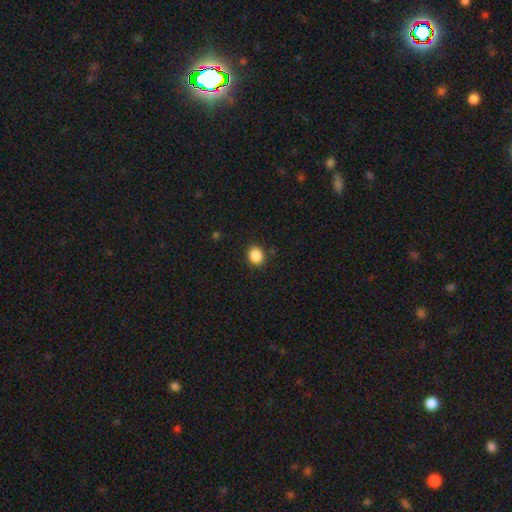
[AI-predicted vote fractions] The model was most divided on "how rounded": round: 63%, in between: 36%, cigar-shaped: 1%. More confident: merging — none (88%); smooth or featured — smooth (87%).